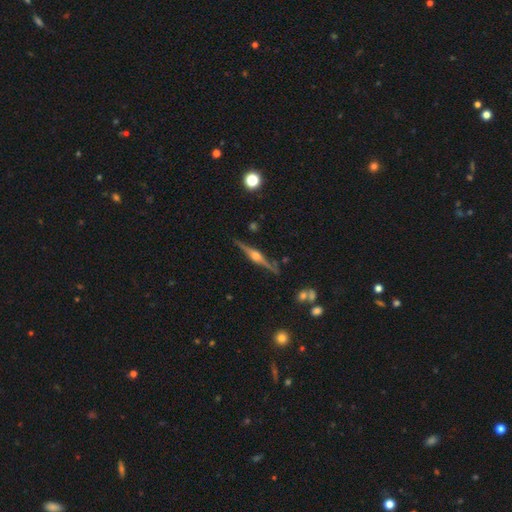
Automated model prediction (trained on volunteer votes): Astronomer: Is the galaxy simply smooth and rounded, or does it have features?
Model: featured or disk — 85%.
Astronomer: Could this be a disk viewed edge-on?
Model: yes — 98%.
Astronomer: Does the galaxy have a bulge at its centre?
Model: rounded — 90%.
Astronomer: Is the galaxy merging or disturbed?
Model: none — 87%.